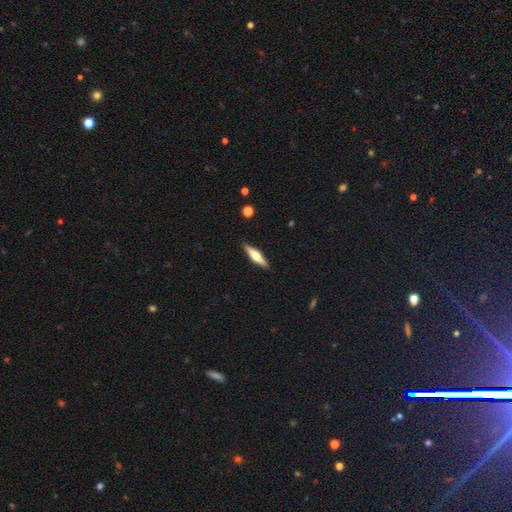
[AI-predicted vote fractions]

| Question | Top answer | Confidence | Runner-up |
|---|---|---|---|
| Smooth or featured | featured or disk | 62% | smooth (33%) |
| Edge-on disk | yes | 96% | no (4%) |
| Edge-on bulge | rounded | 91% | boxy (6%) |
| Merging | none | 90% | minor disturbance (7%) |